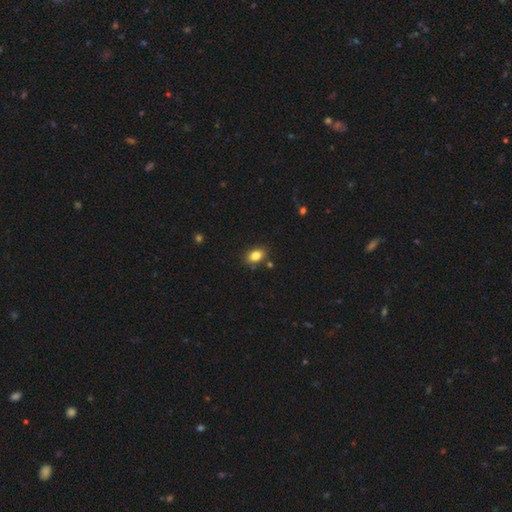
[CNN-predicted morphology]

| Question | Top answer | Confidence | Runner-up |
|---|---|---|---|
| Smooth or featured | smooth | 83% | star or artifact (9%) |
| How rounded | in between | 83% | round (16%) |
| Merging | none | 83% | minor disturbance (11%) |